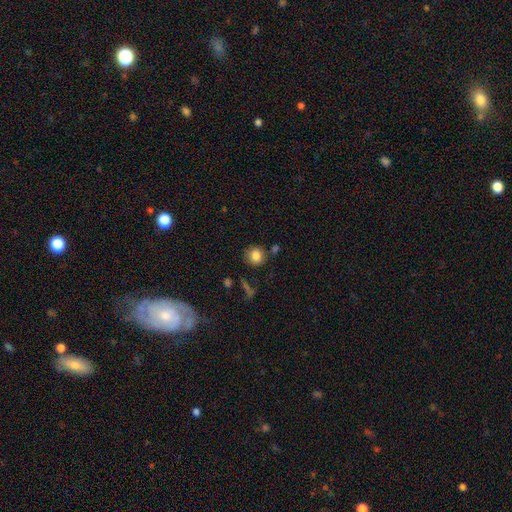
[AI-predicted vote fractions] Q: Smooth or featured?
A: smooth (84%); runner-up: star or artifact (10%)
Q: How rounded?
A: round (85%); runner-up: in between (14%)
Q: Merging?
A: none (79%); runner-up: minor disturbance (12%)